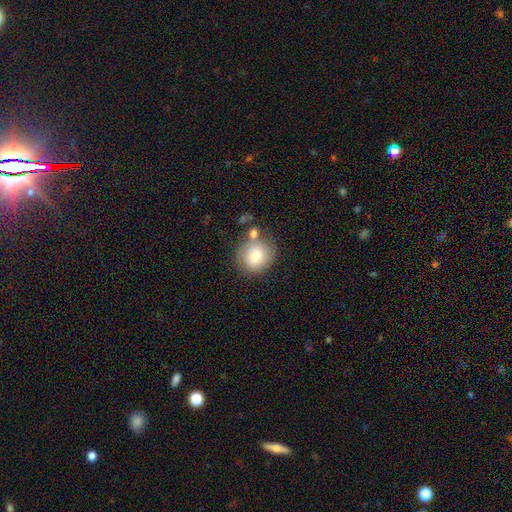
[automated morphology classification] A smooth galaxy with no disk features (74%) that is round (83%). Merging: none (61%).